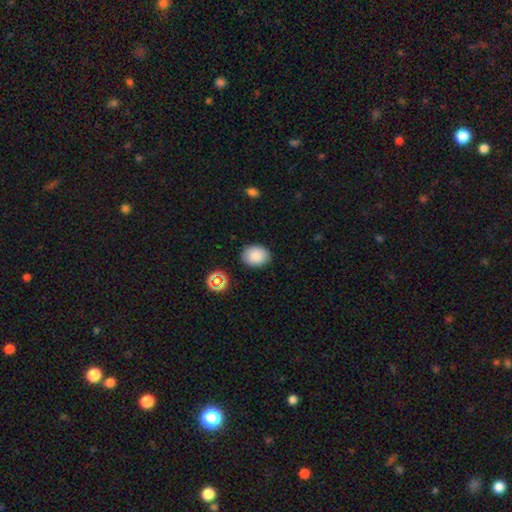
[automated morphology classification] type=smooth (86%); roundness=in between (61%); merging=none (86%).